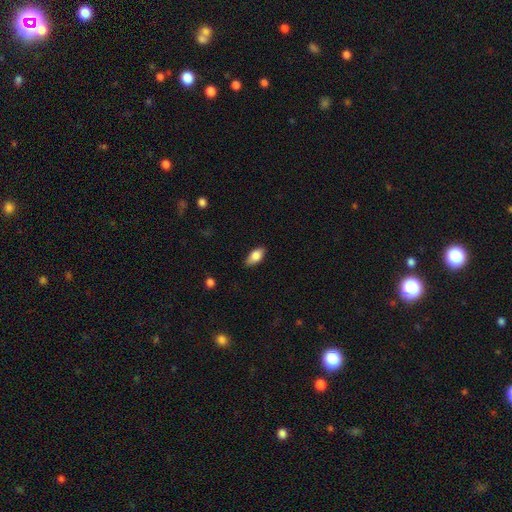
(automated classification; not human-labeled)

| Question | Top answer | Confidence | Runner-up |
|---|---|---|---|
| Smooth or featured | smooth | 79% | featured or disk (14%) |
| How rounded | in between | 89% | cigar-shaped (7%) |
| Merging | none | 84% | minor disturbance (12%) |